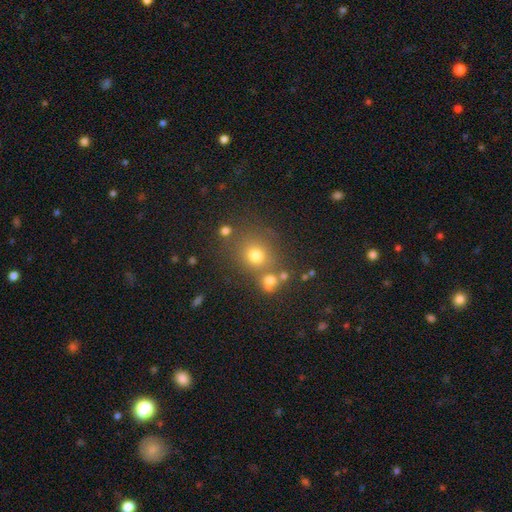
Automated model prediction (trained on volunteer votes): Smooth or featured?
  - smooth: 72% *
  - star or artifact: 18%
  - featured or disk: 10%
How rounded?
  - round: 82% *
  - in between: 17%
  - cigar-shaped: 1%
Merging?
  - none: 65% *
  - merger: 19%
  - minor disturbance: 11%
  - major disturbance: 5%